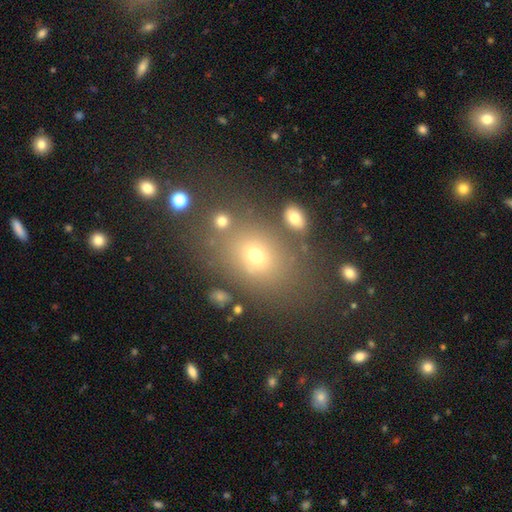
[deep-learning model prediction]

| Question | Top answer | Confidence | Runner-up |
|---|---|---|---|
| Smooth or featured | smooth | 62% | star or artifact (24%) |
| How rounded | in between | 62% | round (36%) |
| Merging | none | 76% | minor disturbance (11%) |